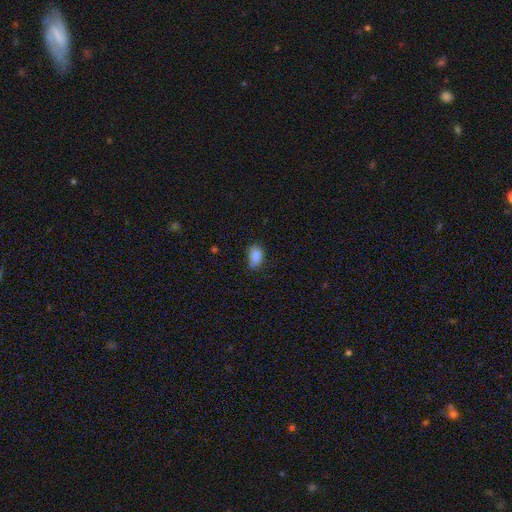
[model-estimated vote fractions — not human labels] Overall: smooth (83%). How rounded: in between (75%). Merging: none (49%; minor disturbance 39%).